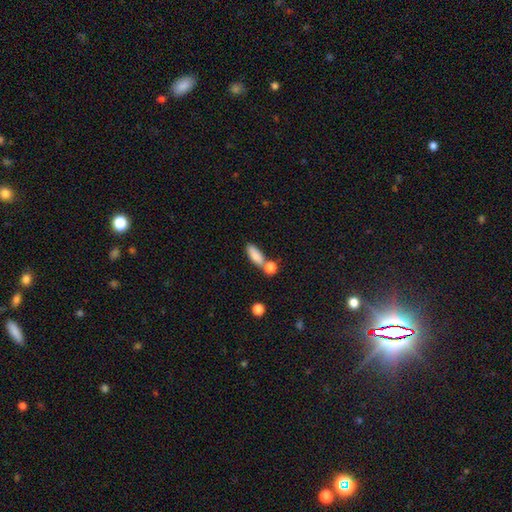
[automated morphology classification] A smooth galaxy with no disk features (84%) that is in between round and cigar-shaped (71%). Merging: none (54%).